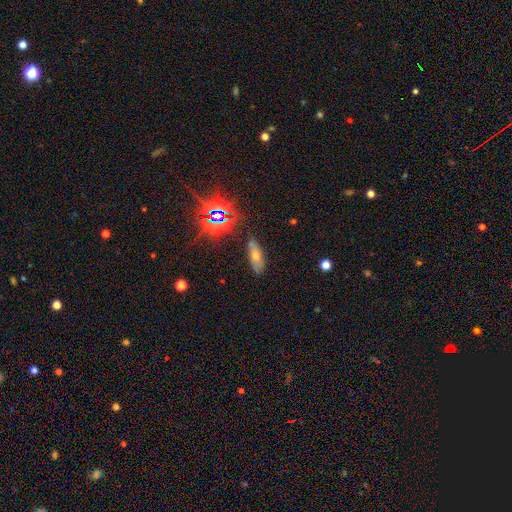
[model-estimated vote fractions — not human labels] A smooth galaxy with no disk features (41%). Merging: none (79%).